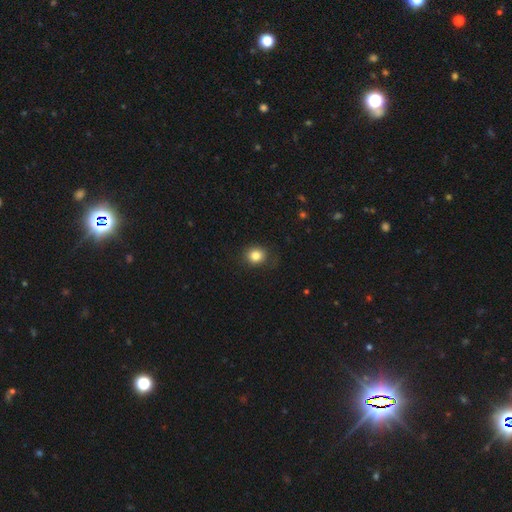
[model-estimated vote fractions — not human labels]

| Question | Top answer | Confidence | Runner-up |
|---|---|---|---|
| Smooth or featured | smooth | 83% | star or artifact (11%) |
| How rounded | round | 74% | in between (25%) |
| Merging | none | 80% | minor disturbance (15%) |